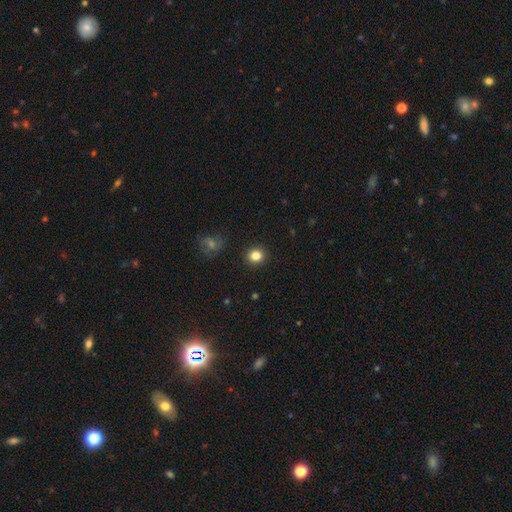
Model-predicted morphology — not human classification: The model was most divided on "how rounded": round: 82%, in between: 17%, cigar-shaped: 1%. More confident: merging — none (91%); smooth or featured — smooth (83%).